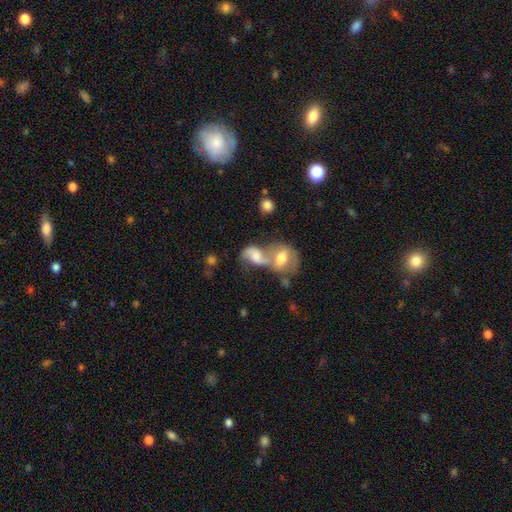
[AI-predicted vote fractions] smooth_or_featured: featured or disk (p=0.50) [alt: smooth p=0.41]
merging: merger (p=0.74) [alt: none p=0.12]